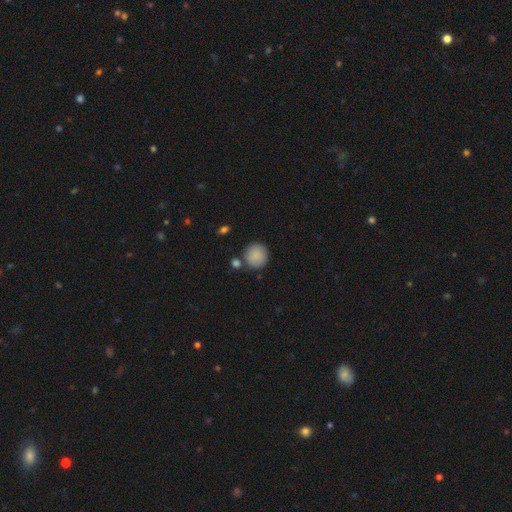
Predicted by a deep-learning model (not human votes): Smooth or featured?
  - smooth: 87% *
  - star or artifact: 7%
  - featured or disk: 5%
How rounded?
  - round: 92% *
  - in between: 7%
  - cigar-shaped: 1%
Merging?
  - none: 78% *
  - minor disturbance: 10%
  - merger: 9%
  - major disturbance: 3%